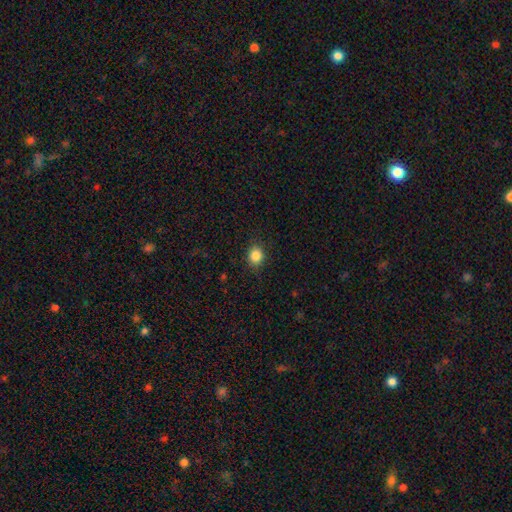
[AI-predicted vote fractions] A smooth galaxy with no disk features (85%) that is round (61%). Merging: none (88%).